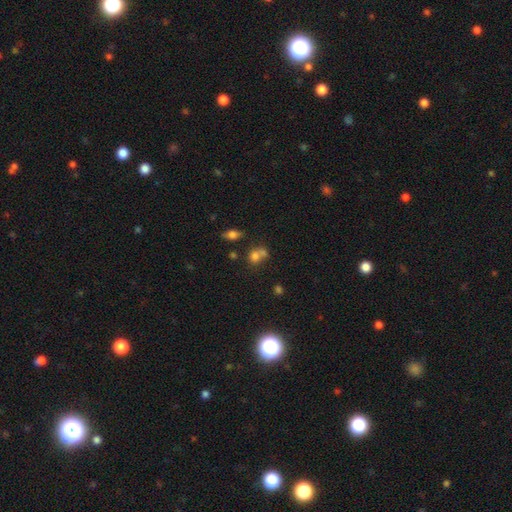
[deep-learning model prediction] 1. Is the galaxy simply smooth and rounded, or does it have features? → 72% smooth, 15% star or artifact, 13% featured or disk.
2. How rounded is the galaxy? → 63% round, 35% in between, 2% cigar-shaped.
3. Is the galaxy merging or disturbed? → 48% merger, 37% none, 10% minor disturbance, 5% major disturbance.